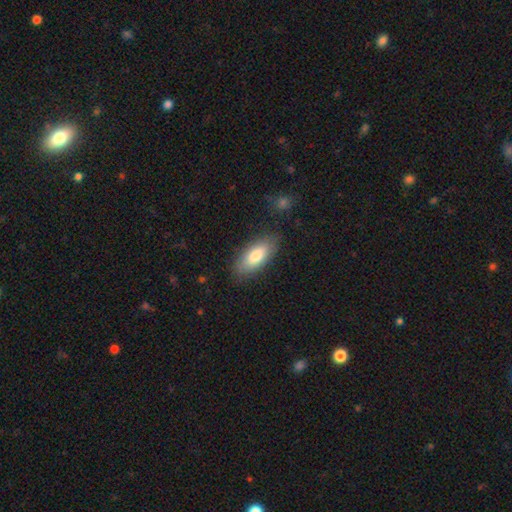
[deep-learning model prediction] The model was most divided on "smooth or featured": smooth: 80%, featured or disk: 14%, star or artifact: 6%. More confident: merging — none (83%); how rounded — in between (83%).